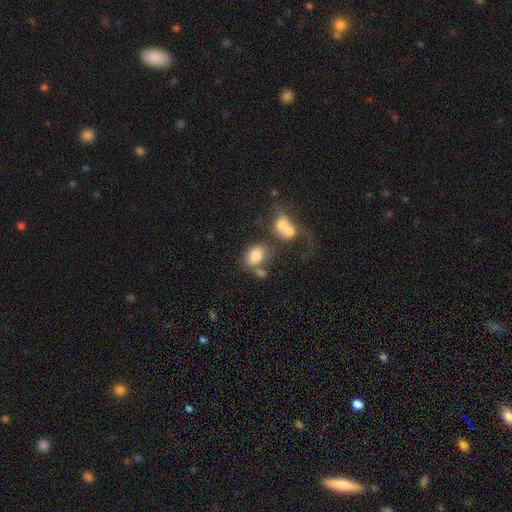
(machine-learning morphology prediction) Smooth or featured? Predicted: smooth (p=0.79). How rounded? Predicted: in between (p=0.71). Merging? Predicted: none (p=0.45).